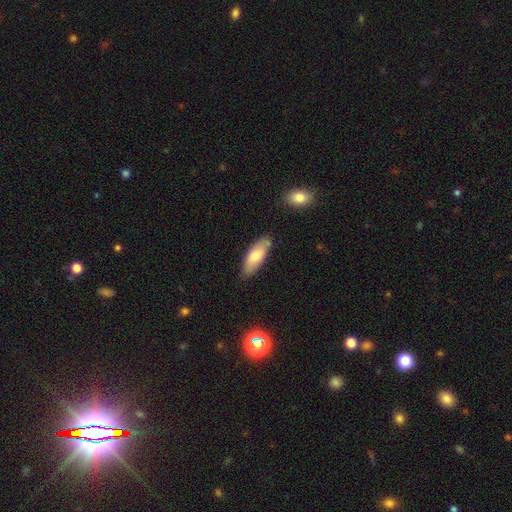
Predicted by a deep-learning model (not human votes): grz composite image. It shows a smooth galaxy with no disk features (72%) that is in between round and cigar-shaped (73%). Merging: none (74%).